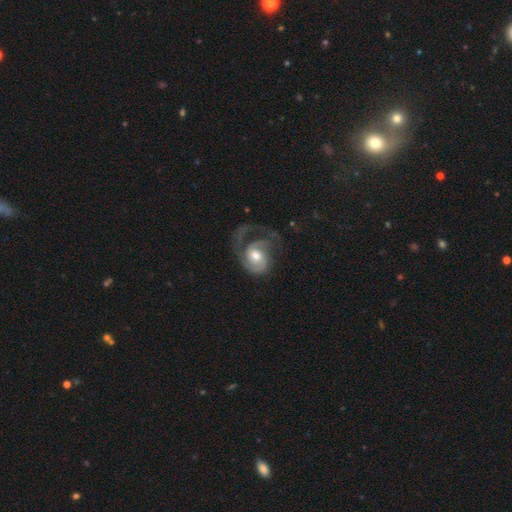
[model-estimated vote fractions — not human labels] Smooth or featured? featured or disk (80%)
Edge-on disk? no (98%)
Bar? no (62%)
Spiral arms? yes (93%)
Spiral winding? medium (42%)
Spiral arm count? 2 (43%)
Bulge size? moderate (66%)
Merging? major disturbance (44%)